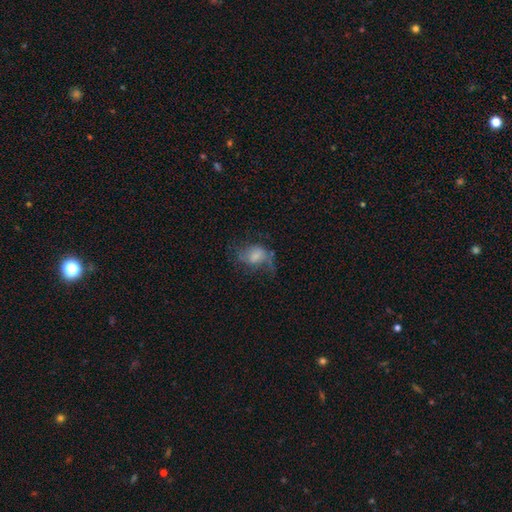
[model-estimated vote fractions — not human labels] Smooth or featured? featured or disk (50%)
Edge-on disk? no (97%)
Merging? none (39%)